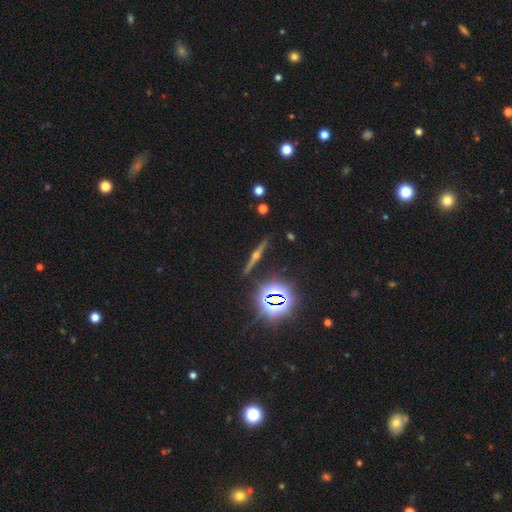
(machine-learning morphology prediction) This is likely a featured or disk galaxy (62%). It is clearly viewed edge-on (96%). Edge-on bulge: clearly rounded (92%). Merging: clearly none (90%).